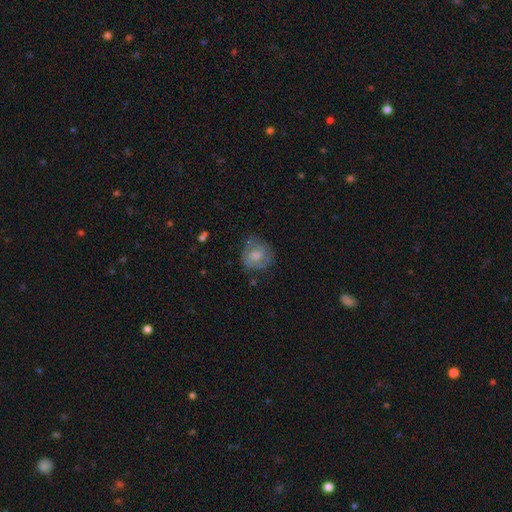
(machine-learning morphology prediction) This appears to be a featured or disk galaxy (47%). Merging: none (66%).